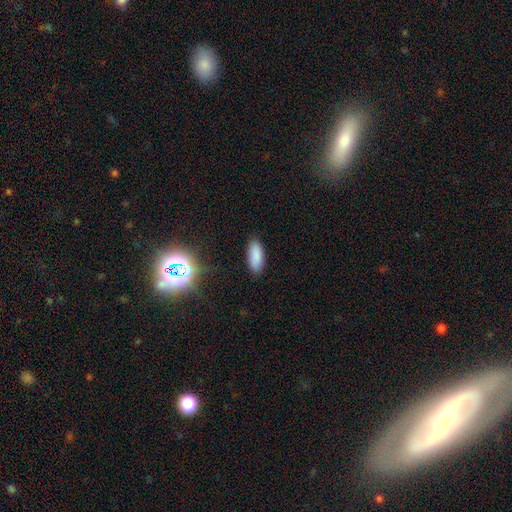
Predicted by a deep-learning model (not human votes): A smooth galaxy with no disk features (86%) that is in between round and cigar-shaped (83%).

Vote fractions:
- Smooth or featured? smooth: 86% / star or artifact: 9% / featured or disk: 4%
- How rounded? in between: 83% / cigar-shaped: 15% / round: 2%
- Merging? none: 88% / minor disturbance: 9% / major disturbance: 2% / merger: 1%